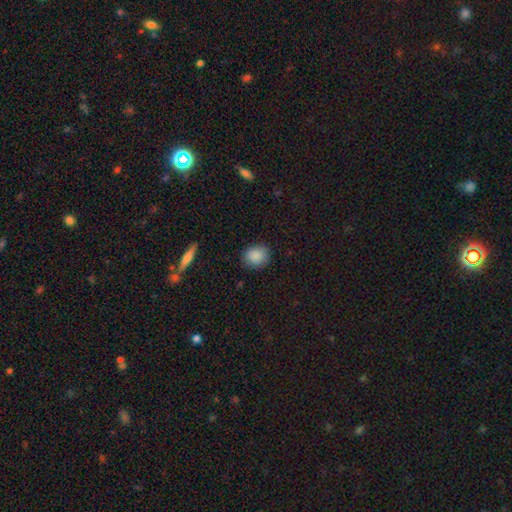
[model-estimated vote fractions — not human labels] The model was most divided on "how rounded": round: 66%, in between: 33%, cigar-shaped: 1%. More confident: smooth or featured — smooth (88%); merging — none (83%).